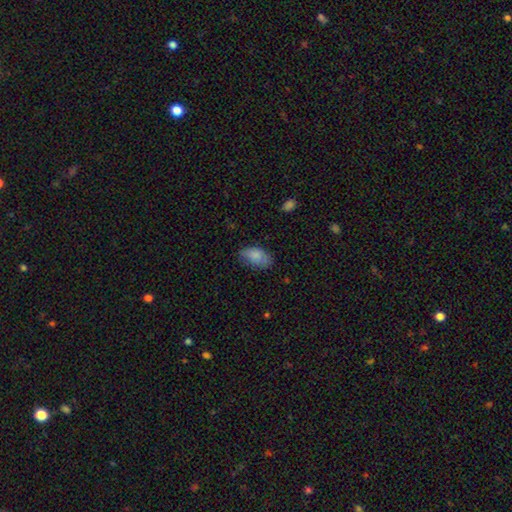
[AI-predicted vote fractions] A smooth galaxy with no disk features (84%) that is in between round and cigar-shaped (93%). Merging: none (68%).